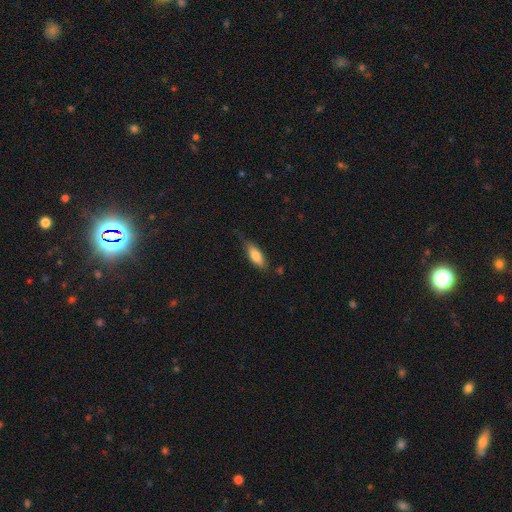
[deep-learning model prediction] smooth 77%, featured or disk 17%, star or artifact 6%. Down the decision tree: how rounded — in between (70%); merging — none (64%).